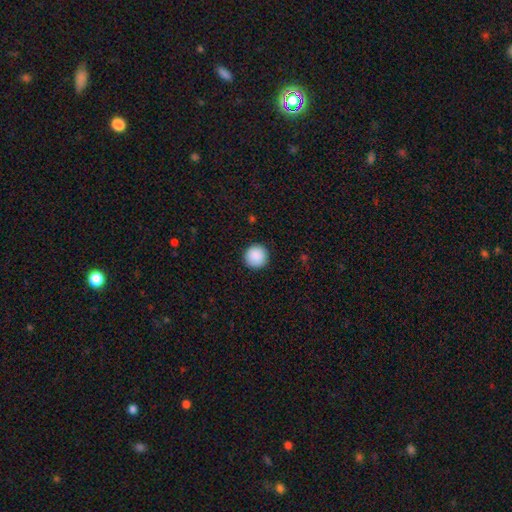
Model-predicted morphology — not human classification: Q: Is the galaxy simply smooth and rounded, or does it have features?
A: smooth — 90%.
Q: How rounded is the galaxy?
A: round — 96%.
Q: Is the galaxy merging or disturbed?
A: none — 92%.